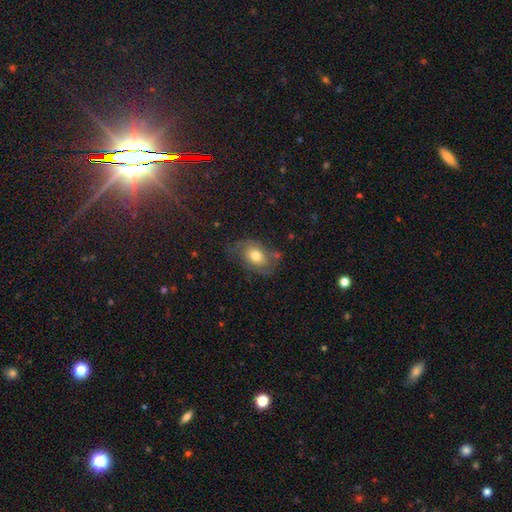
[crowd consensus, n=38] Smooth or featured?
  - smooth: 71% *
  - featured or disk: 26%
  - star or artifact: 3%
How rounded?
  - in between: 81% *
  - round: 19%
  - cigar-shaped: 0%
Merging?
  - none: 59% *
  - minor disturbance: 27%
  - major disturbance: 11%
  - merger: 3%